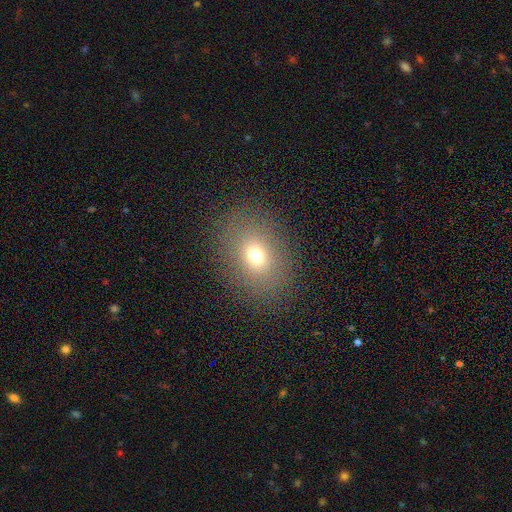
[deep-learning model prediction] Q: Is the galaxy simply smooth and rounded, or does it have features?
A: smooth — 70%.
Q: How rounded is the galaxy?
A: in between — 55%.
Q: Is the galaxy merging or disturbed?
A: none — 86%.